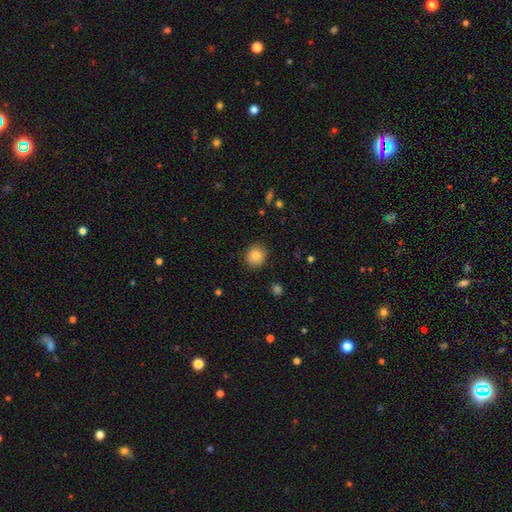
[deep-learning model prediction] This appears to be a smooth galaxy with no disk features (86%) that is round (85%). Merging: none (89%).